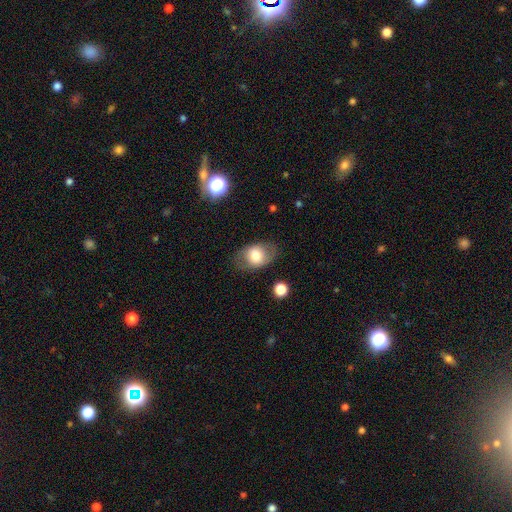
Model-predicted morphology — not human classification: Smooth or featured? smooth (69%)
How rounded? in between (74%)
Merging? none (77%)